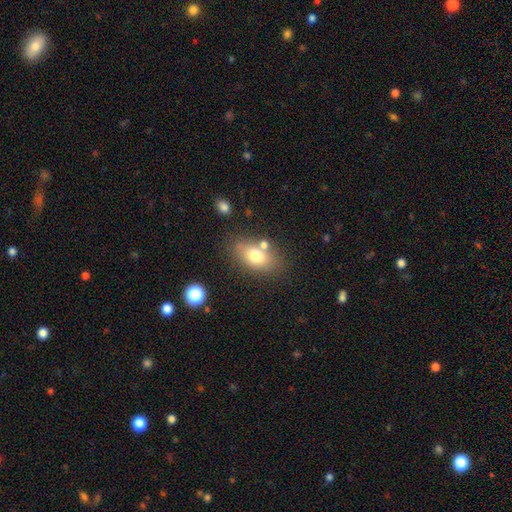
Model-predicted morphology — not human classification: Smooth or featured: smooth — 72% (featured or disk — 18%)
How rounded: in between — 84% (round — 12%)
Merging: none — 67% (minor disturbance — 15%)